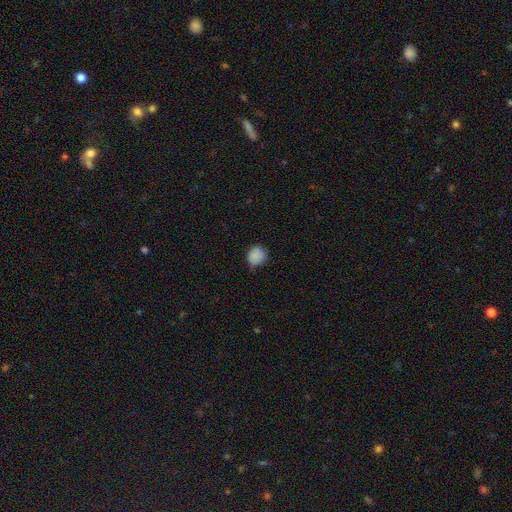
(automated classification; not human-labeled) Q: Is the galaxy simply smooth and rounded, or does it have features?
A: smooth — 84%.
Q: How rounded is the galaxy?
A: round — 85%.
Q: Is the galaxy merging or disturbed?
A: none — 68%.